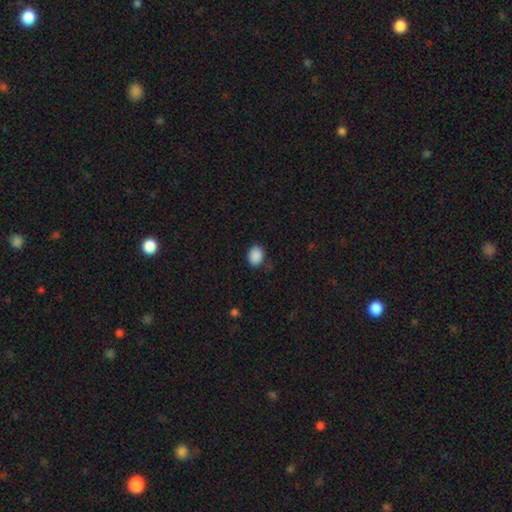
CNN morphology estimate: A smooth galaxy with no disk features (89%) that is in between round and cigar-shaped (63%). Merging: none (81%).